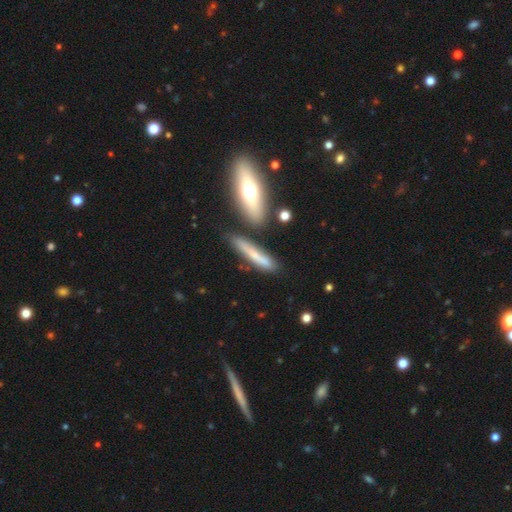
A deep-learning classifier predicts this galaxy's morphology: Smooth or featured? smooth (55%)
How rounded? cigar-shaped (86%)
Merging? none (73%)